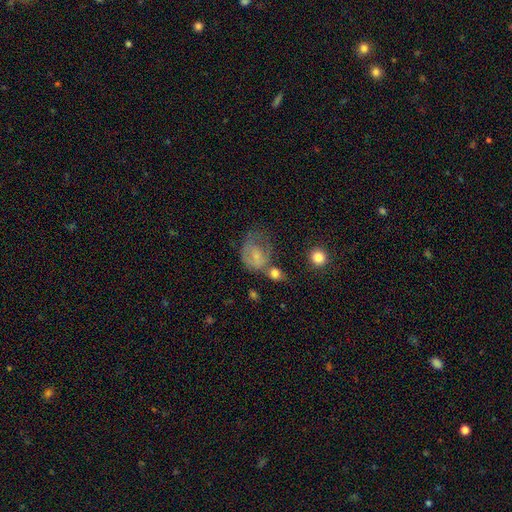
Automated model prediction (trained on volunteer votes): Smooth or featured?
  - smooth: 53% *
  - featured or disk: 37%
  - star or artifact: 10%
How rounded?
  - in between: 54% *
  - round: 45%
  - cigar-shaped: 1%
Merging?
  - major disturbance: 34% *
  - none: 26%
  - minor disturbance: 23%
  - merger: 17%